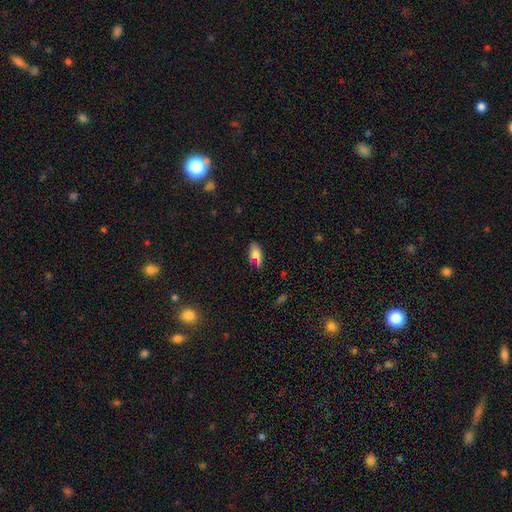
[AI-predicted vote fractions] Smooth or featured? smooth (74%)
How rounded? in between (85%)
Merging? none (67%)